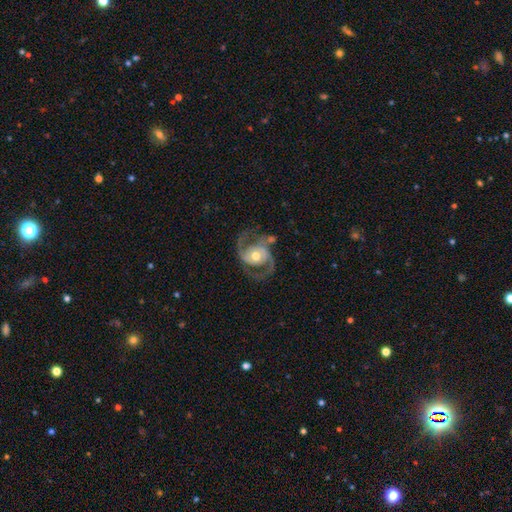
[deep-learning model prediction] Smooth or featured?
  - featured or disk: 90% *
  - smooth: 5%
  - star or artifact: 4%
Edge-on disk?
  - no: 98% *
  - yes: 2%
Bar?
  - no: 66% *
  - weak: 25%
  - strong: 9%
Spiral arms?
  - yes: 97% *
  - no: 3%
Spiral winding?
  - medium: 58% *
  - loose: 24%
  - tight: 18%
Spiral arm count?
  - 2: 91% *
  - 3: 3%
  - can't tell: 2%
  - 1: 2%
  - 4: 1%
  - more than 4: 1%
Bulge size?
  - moderate: 75% *
  - large: 12%
  - small: 11%
  - dominant: 1%
  - none: 1%
Merging?
  - none: 66% *
  - minor disturbance: 16%
  - major disturbance: 13%
  - merger: 4%